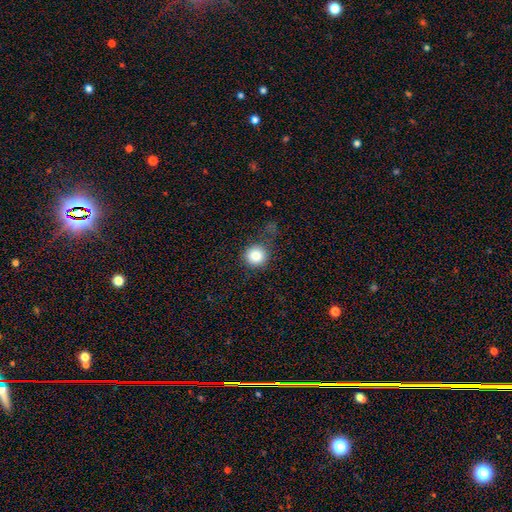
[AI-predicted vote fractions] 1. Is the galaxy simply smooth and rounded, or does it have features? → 84% smooth, 10% star or artifact, 6% featured or disk.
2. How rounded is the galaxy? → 93% round, 6% in between, 1% cigar-shaped.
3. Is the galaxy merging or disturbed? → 76% none, 14% minor disturbance, 7% major disturbance, 2% merger.